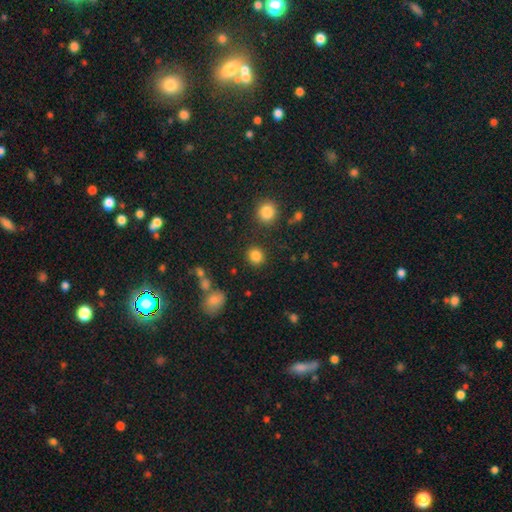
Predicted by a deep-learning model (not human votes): Overall: smooth (84%). How rounded: round (84%). Merging: none (88%).